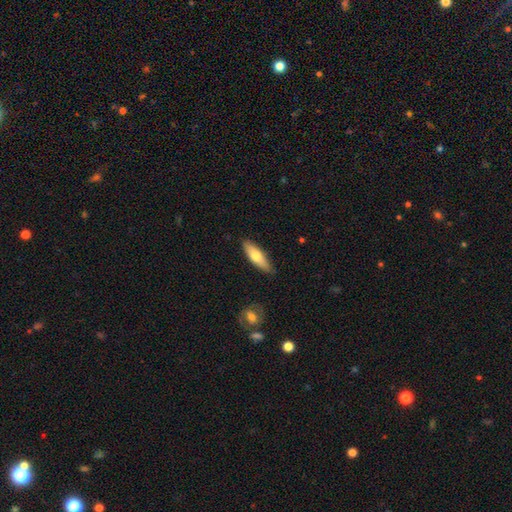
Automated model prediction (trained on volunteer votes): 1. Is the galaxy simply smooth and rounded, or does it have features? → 67% smooth, 28% featured or disk, 5% star or artifact.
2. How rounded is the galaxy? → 50% in between, 48% cigar-shaped, 2% round.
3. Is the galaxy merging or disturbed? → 85% none, 12% minor disturbance, 2% major disturbance, 2% merger.